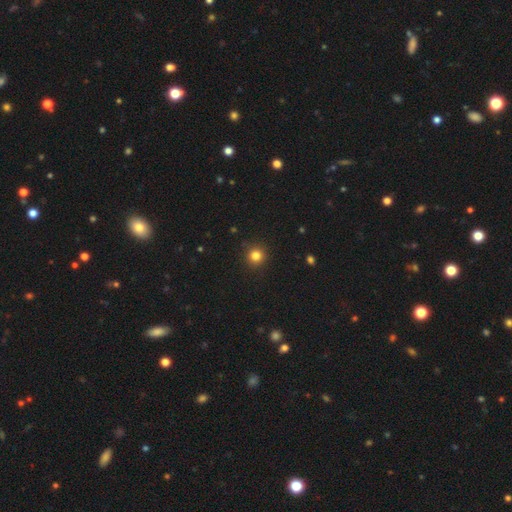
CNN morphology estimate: smooth-or-featured: smooth: 82% | star or artifact: 13% | featured or disk: 5%
  how-rounded: round: 94% | in between: 5% | cigar-shaped: 1%
  merging: none: 91% | minor disturbance: 6% | major disturbance: 2% | merger: 1%